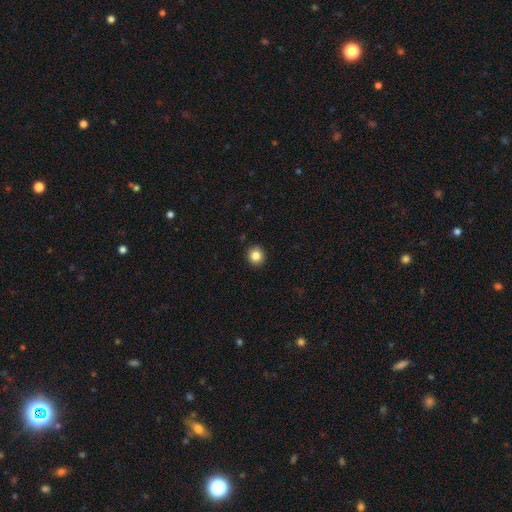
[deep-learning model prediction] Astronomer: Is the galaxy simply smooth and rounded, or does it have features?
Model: smooth — 84%.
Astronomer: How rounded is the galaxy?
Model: round — 89%.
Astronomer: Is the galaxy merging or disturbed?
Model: none — 92%.